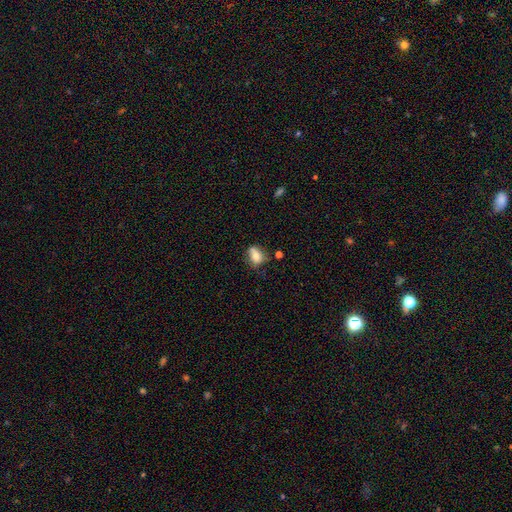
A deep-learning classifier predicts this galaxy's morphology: Q: Smooth or featured?
A: smooth (68%); runner-up: featured or disk (22%)
Q: How rounded?
A: in between (66%); runner-up: round (32%)
Q: Merging?
A: none (52%); runner-up: minor disturbance (27%)